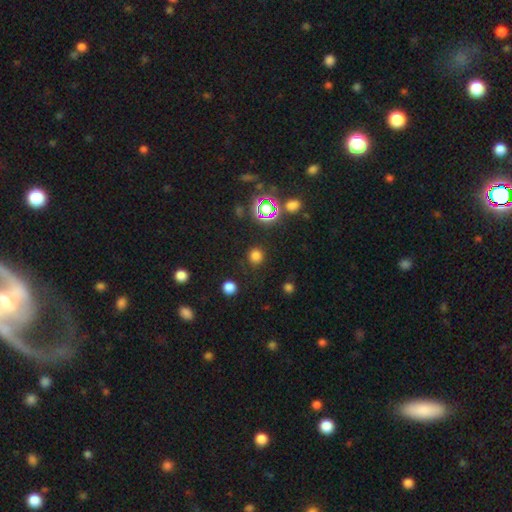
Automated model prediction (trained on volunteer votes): smooth_or_featured: smooth (p=0.72) [alt: star or artifact p=0.23]
how_rounded: round (p=0.91) [alt: in between p=0.08]
merging: none (p=0.86) [alt: minor disturbance p=0.08]